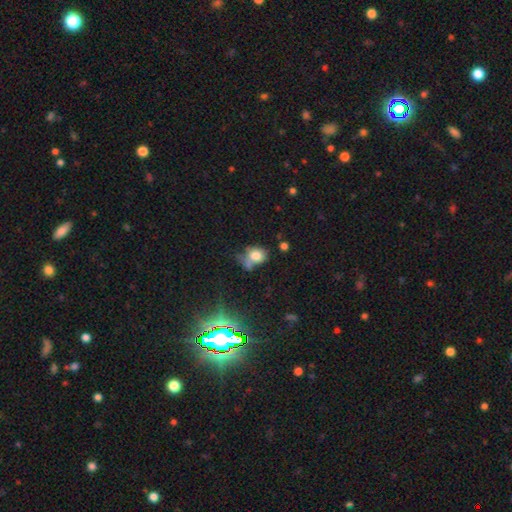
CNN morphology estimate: A smooth galaxy with no disk features (73%) that is round (56%). Merging: none (40%).